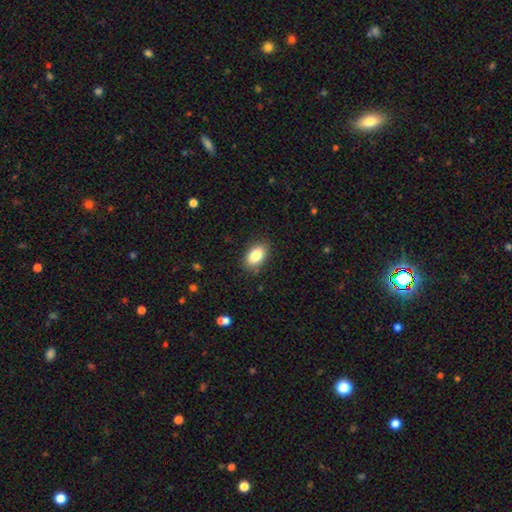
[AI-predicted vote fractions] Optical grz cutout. It shows a smooth galaxy with no disk features (86%) that is in between round and cigar-shaped (90%). Merging: none (86%).